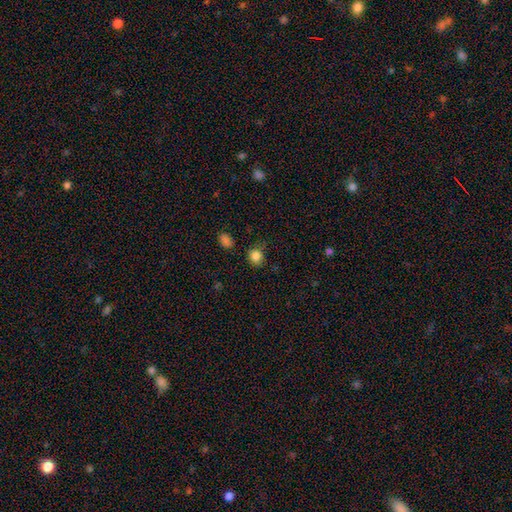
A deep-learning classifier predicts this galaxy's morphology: A smooth galaxy with no disk features (84%) that is round (68%).

Vote fractions:
- Smooth or featured? smooth: 84% / star or artifact: 11% / featured or disk: 5%
- How rounded? round: 68% / in between: 31% / cigar-shaped: 1%
- Merging? none: 72% / minor disturbance: 20% / major disturbance: 5% / merger: 2%